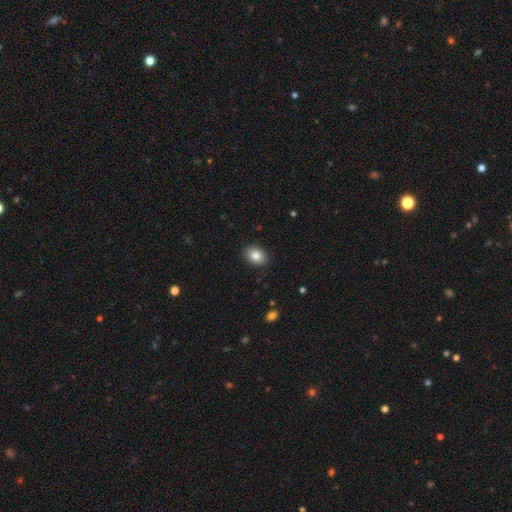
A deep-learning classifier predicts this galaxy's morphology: Smooth or featured? smooth (84%)
How rounded? in between (68%)
Merging? none (89%)